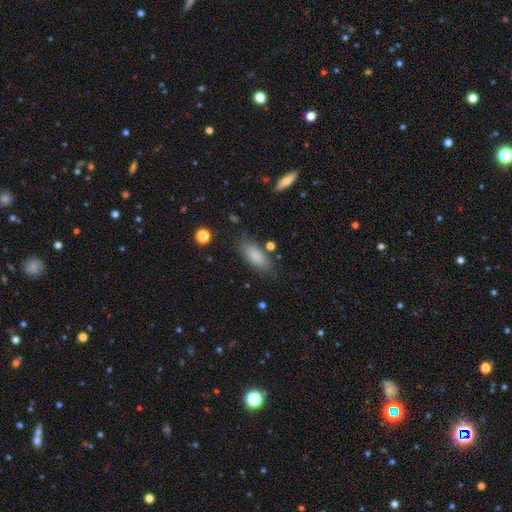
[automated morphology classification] Q: Smooth or featured?
A: smooth (86%); runner-up: featured or disk (7%)
Q: How rounded?
A: in between (79%); runner-up: cigar-shaped (19%)
Q: Merging?
A: none (79%); runner-up: minor disturbance (14%)